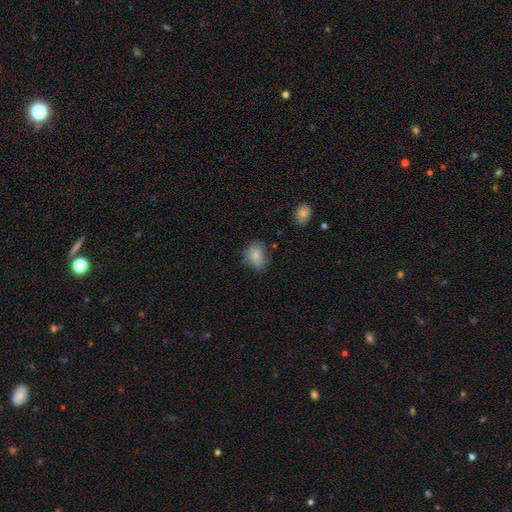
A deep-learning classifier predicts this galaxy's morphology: A smooth galaxy with no disk features (80%) that is in between round and cigar-shaped (56%). Merging: none (61%).